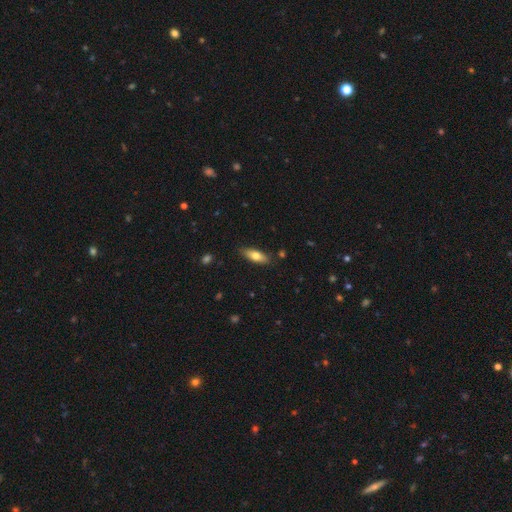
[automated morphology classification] Smooth or featured: smooth — 72% (featured or disk — 21%)
How rounded: in between — 65% (cigar-shaped — 33%)
Merging: none — 85% (minor disturbance — 12%)